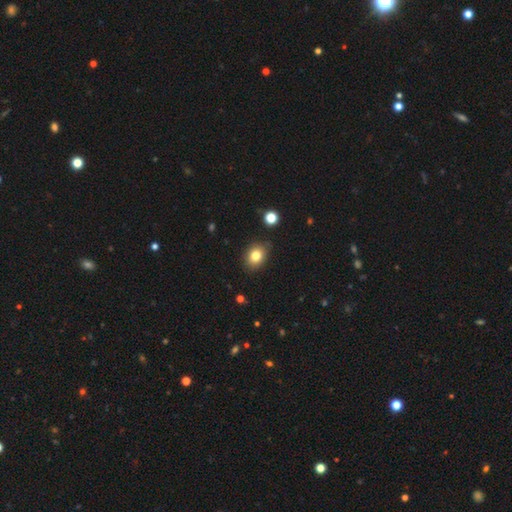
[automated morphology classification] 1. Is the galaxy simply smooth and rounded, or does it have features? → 80% smooth, 11% star or artifact, 9% featured or disk.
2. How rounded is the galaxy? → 56% in between, 43% round, 1% cigar-shaped.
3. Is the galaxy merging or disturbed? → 82% none, 13% minor disturbance, 3% major disturbance, 2% merger.